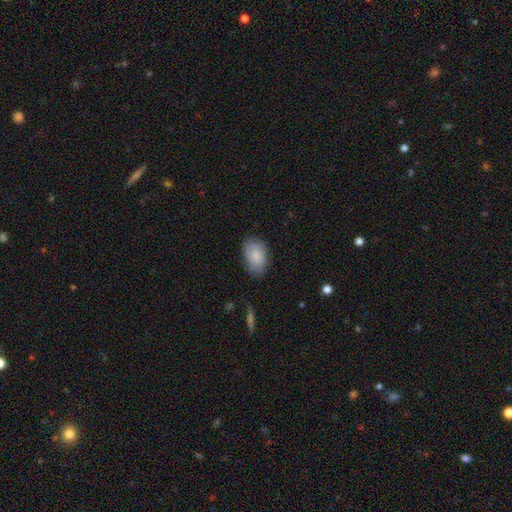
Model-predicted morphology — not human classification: Q: Smooth or featured?
A: smooth (84%); runner-up: featured or disk (9%)
Q: How rounded?
A: in between (91%); runner-up: round (8%)
Q: Merging?
A: none (75%); runner-up: minor disturbance (20%)